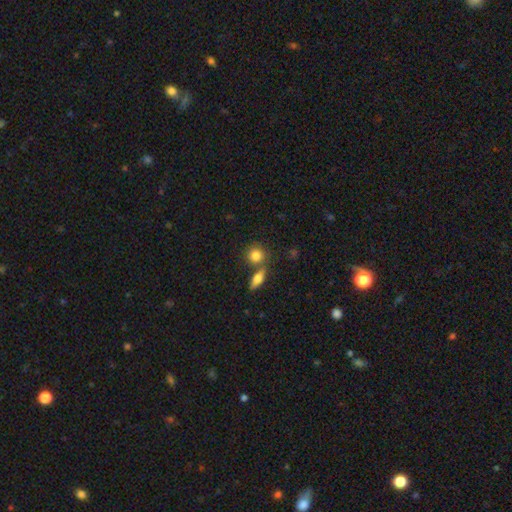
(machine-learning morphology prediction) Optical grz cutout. It shows a smooth galaxy with no disk features (81%) that is round (72%). Merging: none (59%).